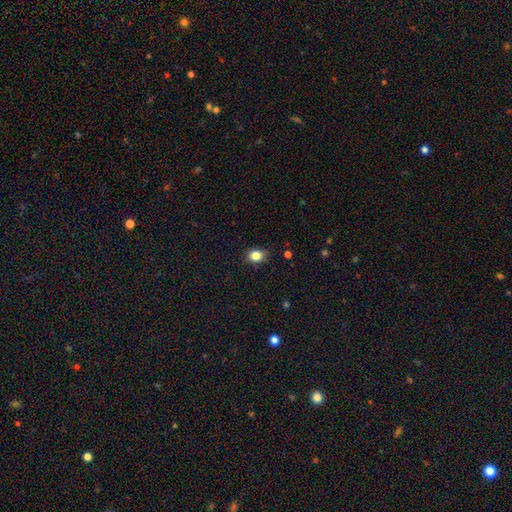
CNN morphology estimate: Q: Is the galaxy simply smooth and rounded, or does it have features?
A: smooth — 83%.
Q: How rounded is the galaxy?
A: round — 58%.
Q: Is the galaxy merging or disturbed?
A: none — 81%.